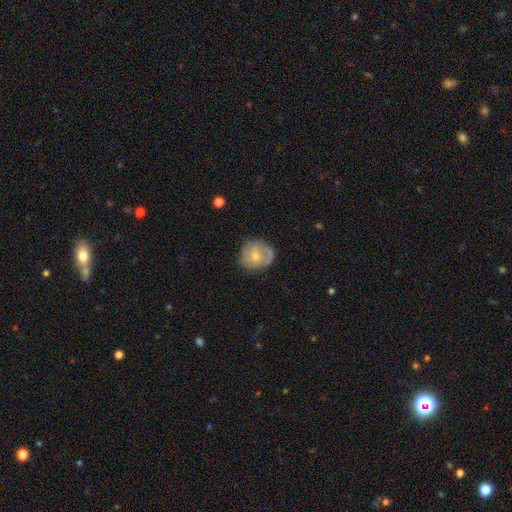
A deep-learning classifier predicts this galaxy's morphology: This appears to be a featured or disk galaxy (47%). Merging: none (63%).